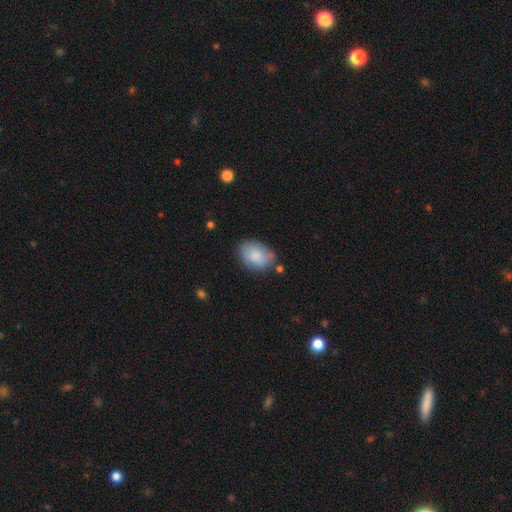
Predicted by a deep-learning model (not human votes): smooth-or-featured: smooth: 81% | featured or disk: 12% | star or artifact: 6%
  how-rounded: in between: 82% | round: 16% | cigar-shaped: 1%
  merging: none: 67% | minor disturbance: 23% | major disturbance: 5% | merger: 4%